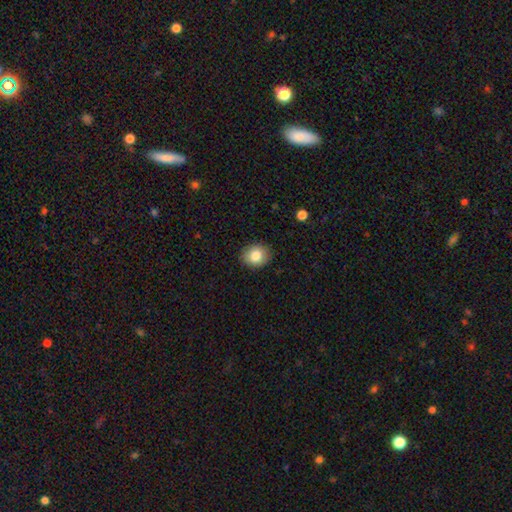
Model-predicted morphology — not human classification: This appears to be a smooth galaxy with no disk features (82%) that is round (60%). Merging: none (87%).